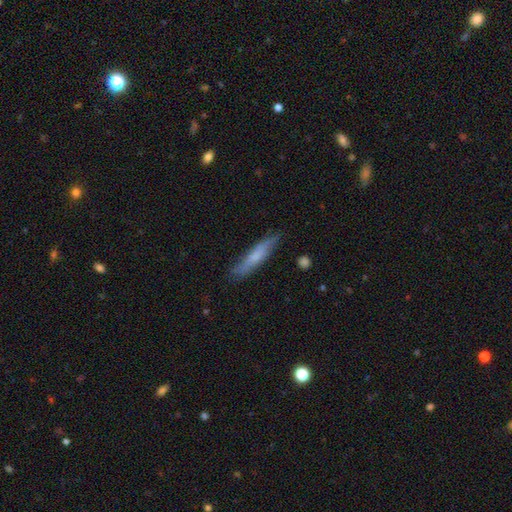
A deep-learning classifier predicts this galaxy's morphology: Overall: smooth (58%; featured or disk 36%). How rounded: cigar-shaped (89%). Merging: none (80%).